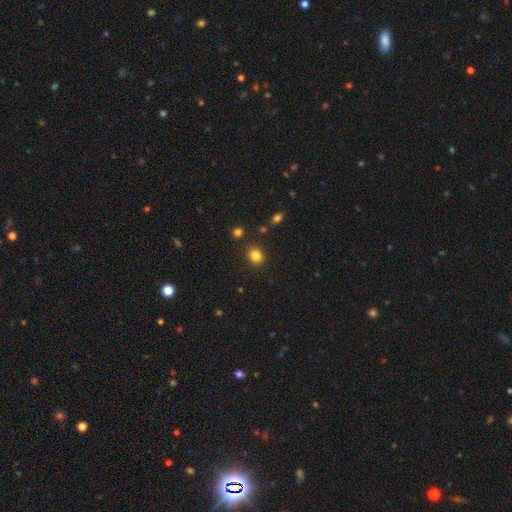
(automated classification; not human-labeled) smooth-or-featured: smooth: 83% | star or artifact: 12% | featured or disk: 5%
  how-rounded: round: 61% | in between: 38% | cigar-shaped: 1%
  merging: none: 87% | minor disturbance: 8% | merger: 3% | major disturbance: 2%